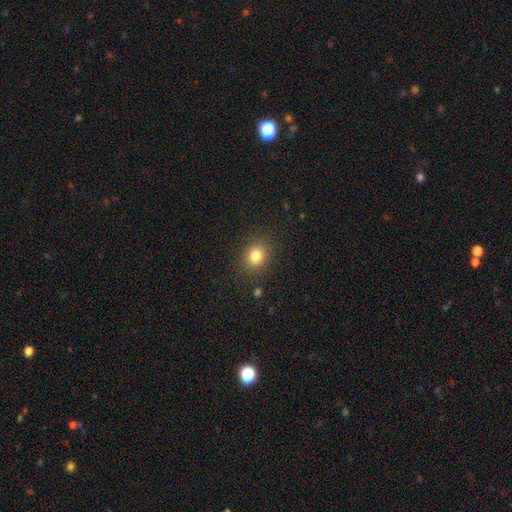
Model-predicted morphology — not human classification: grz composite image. It shows a smooth galaxy with no disk features (82%) that is round (67%). Merging: none (86%).